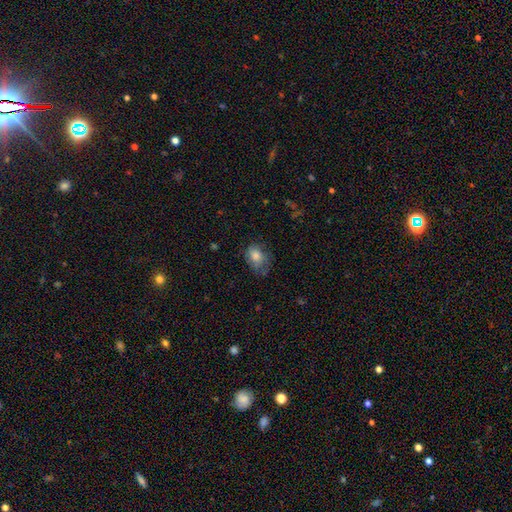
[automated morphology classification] A smooth galaxy with no disk features (71%) that is in between round and cigar-shaped (73%). Merging: none (54%).